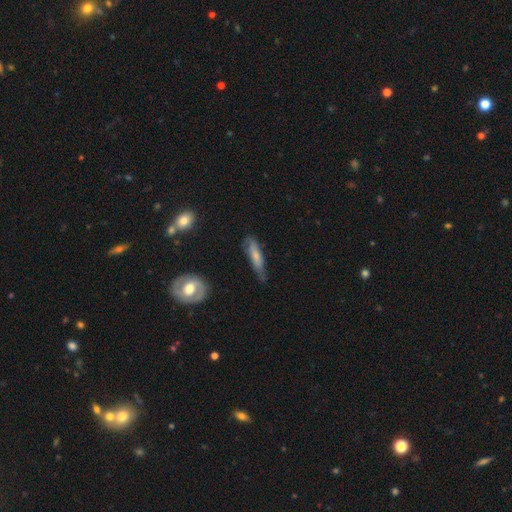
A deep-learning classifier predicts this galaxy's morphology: Q: Smooth or featured?
A: smooth (62%); runner-up: featured or disk (32%)
Q: How rounded?
A: cigar-shaped (78%); runner-up: in between (20%)
Q: Merging?
A: none (60%); runner-up: minor disturbance (30%)